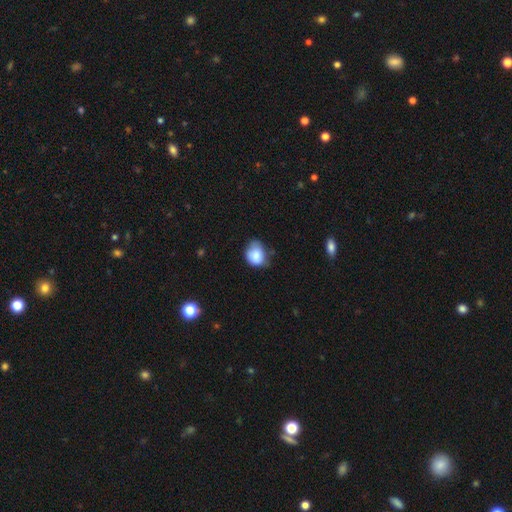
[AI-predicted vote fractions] Overall: smooth (82%). How rounded: round (55%; in between 44%). Merging: none (47%; minor disturbance 41%).